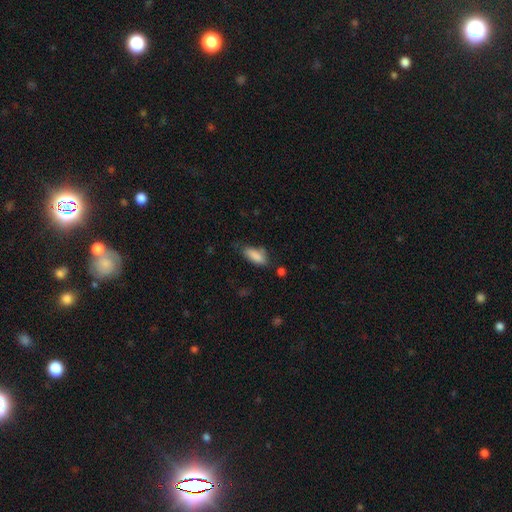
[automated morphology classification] type=smooth (86%); roundness=in between (78%); merging=none (60%).